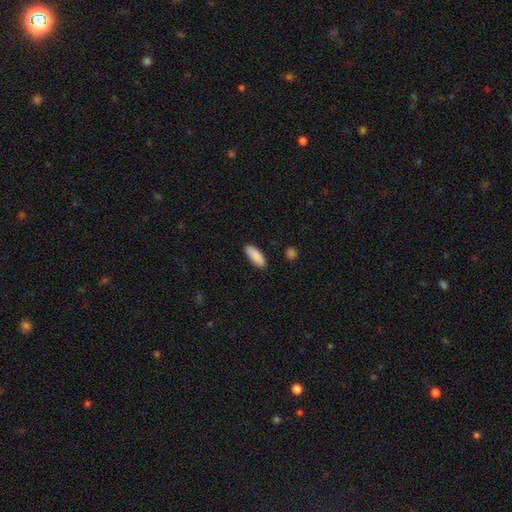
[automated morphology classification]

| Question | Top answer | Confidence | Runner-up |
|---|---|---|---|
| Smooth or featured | smooth | 90% | star or artifact (6%) |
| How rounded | in between | 76% | cigar-shaped (22%) |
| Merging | none | 89% | minor disturbance (8%) |